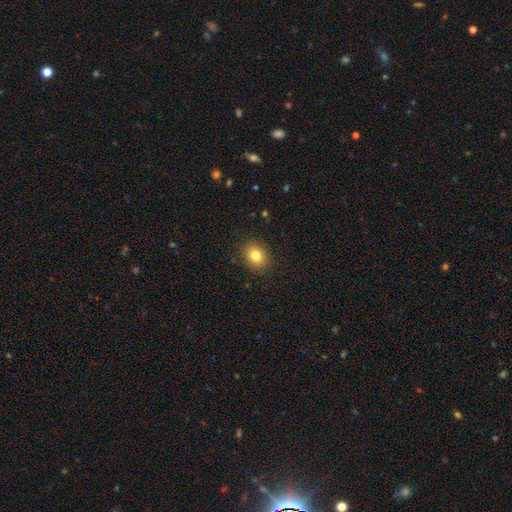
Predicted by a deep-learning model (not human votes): Smooth or featured? smooth (81%)
How rounded? round (54%)
Merging? none (88%)